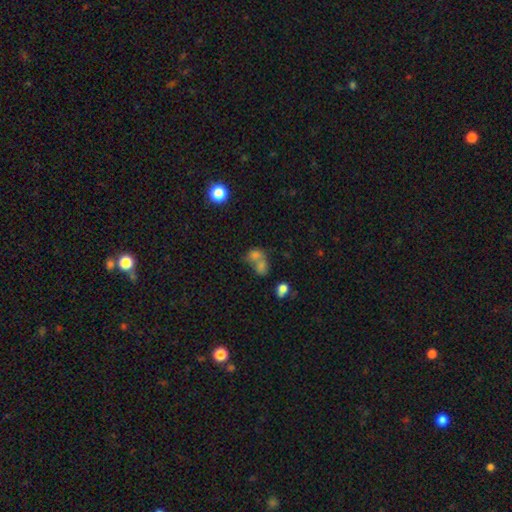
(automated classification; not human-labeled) smooth 68%, star or artifact 16%, featured or disk 16%. Down the decision tree: how rounded — in between (59%); merging — merger (64%).